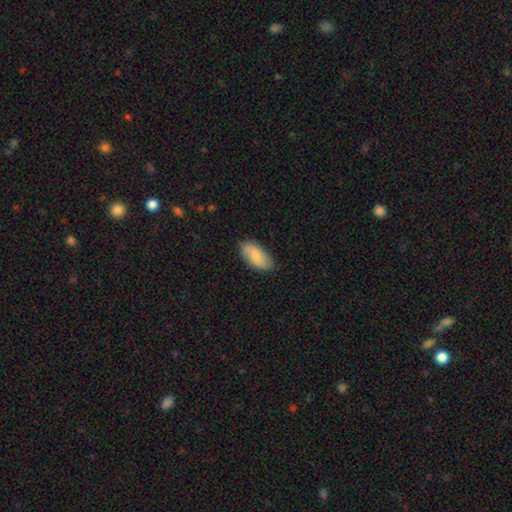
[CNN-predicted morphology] Overall: smooth (77%). How rounded: in between (92%). Merging: none (83%).